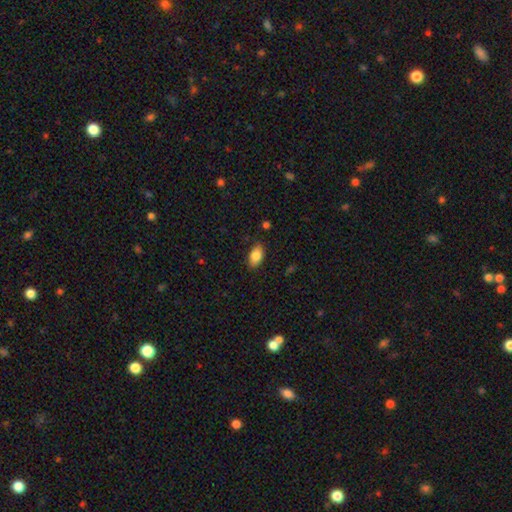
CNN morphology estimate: Q: Smooth or featured?
A: smooth (84%); runner-up: featured or disk (8%)
Q: How rounded?
A: in between (90%); runner-up: round (7%)
Q: Merging?
A: none (84%); runner-up: minor disturbance (12%)